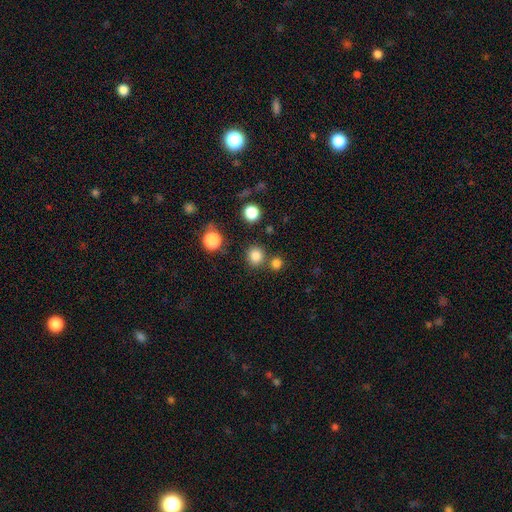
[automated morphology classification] Q: Smooth or featured?
A: smooth (81%); runner-up: star or artifact (14%)
Q: How rounded?
A: round (89%); runner-up: in between (10%)
Q: Merging?
A: none (77%); runner-up: merger (12%)